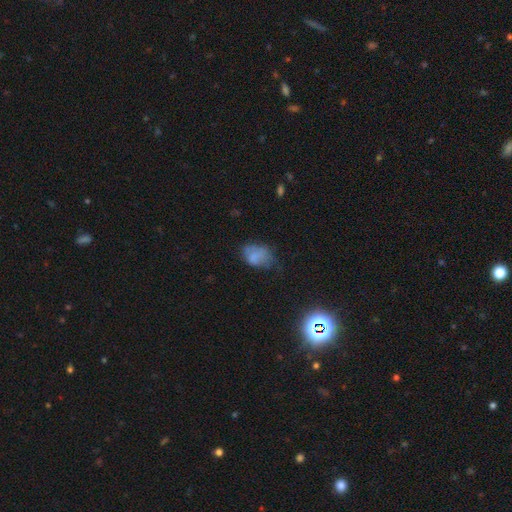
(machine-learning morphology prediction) A smooth galaxy with no disk features (66%) that is in between round and cigar-shaped (81%).

Vote fractions:
- Smooth or featured? smooth: 66% / featured or disk: 20% / star or artifact: 13%
- How rounded? in between: 81% / round: 18% / cigar-shaped: 1%
- Merging? minor disturbance: 35% / none: 34% / major disturbance: 27% / merger: 4%